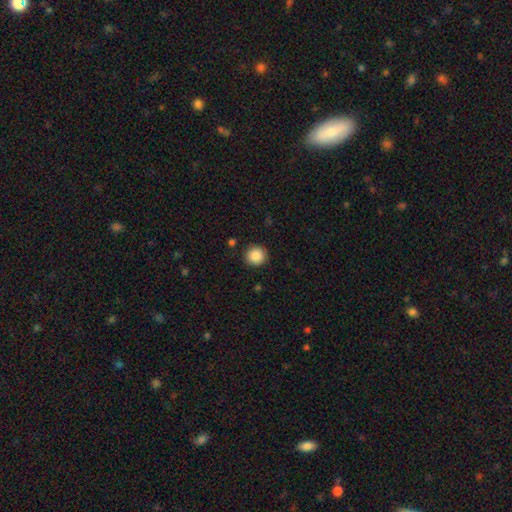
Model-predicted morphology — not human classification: Q: Smooth or featured?
A: smooth (88%); runner-up: star or artifact (8%)
Q: How rounded?
A: round (93%); runner-up: in between (6%)
Q: Merging?
A: none (91%); runner-up: minor disturbance (6%)